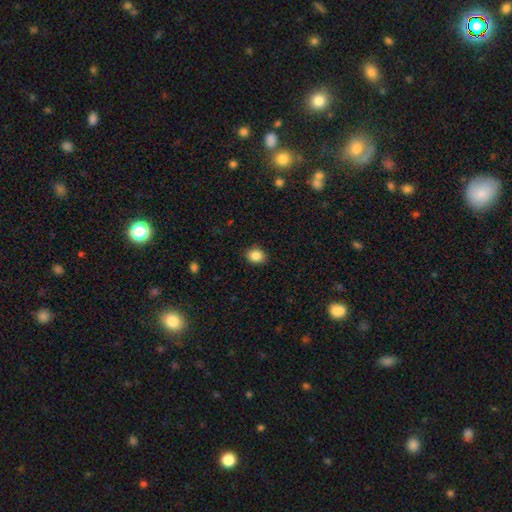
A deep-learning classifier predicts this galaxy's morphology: The model was most divided on "how rounded": round: 56%, in between: 43%, cigar-shaped: 1%. More confident: merging — none (88%); smooth or featured — smooth (86%).